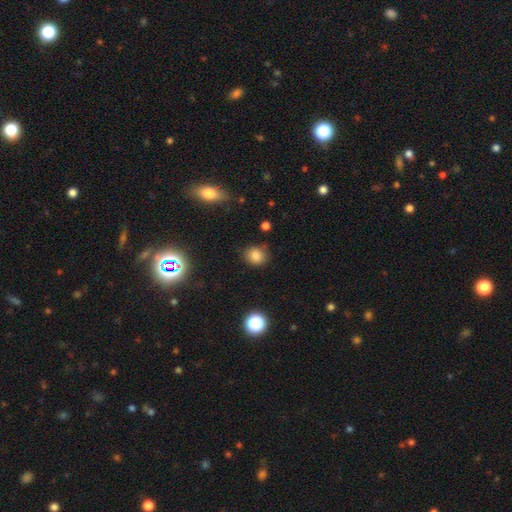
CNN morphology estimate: smooth 81%, star or artifact 13%, featured or disk 6%. Down the decision tree: how rounded — round (74%); merging — none (79%).